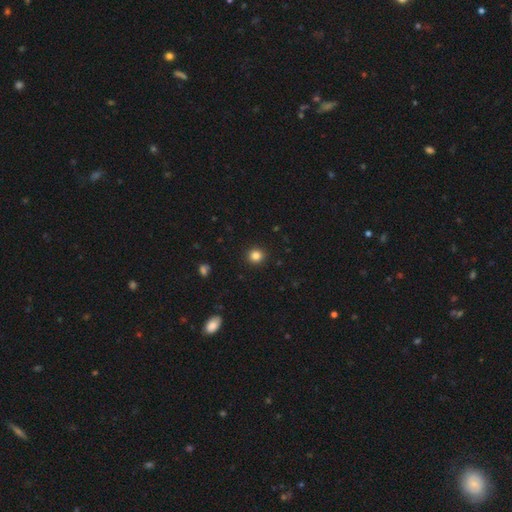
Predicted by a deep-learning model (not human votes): A smooth galaxy with no disk features (84%) that is round (92%).

Vote fractions:
- Smooth or featured? smooth: 84% / star or artifact: 12% / featured or disk: 4%
- How rounded? round: 92% / in between: 7% / cigar-shaped: 1%
- Merging? none: 93% / minor disturbance: 5% / major disturbance: 2% / merger: 1%